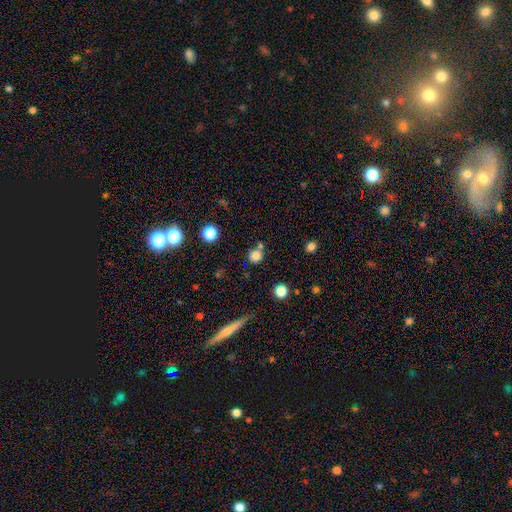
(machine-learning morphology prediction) A smooth galaxy with no disk features (80%) that is round (91%). Merging: none (67%).